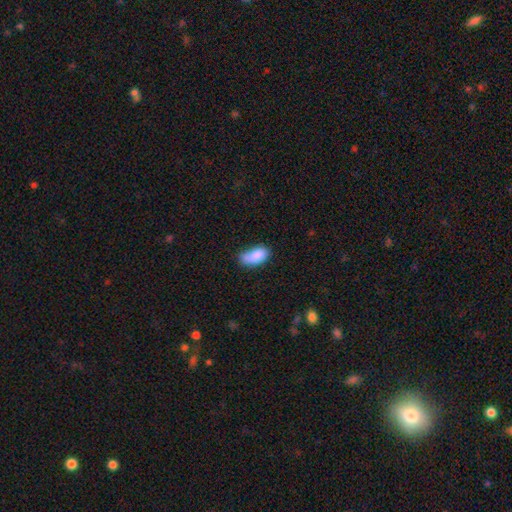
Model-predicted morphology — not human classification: smooth 86%, star or artifact 7%, featured or disk 7%. Down the decision tree: how rounded — in between (92%); merging — none (51%).